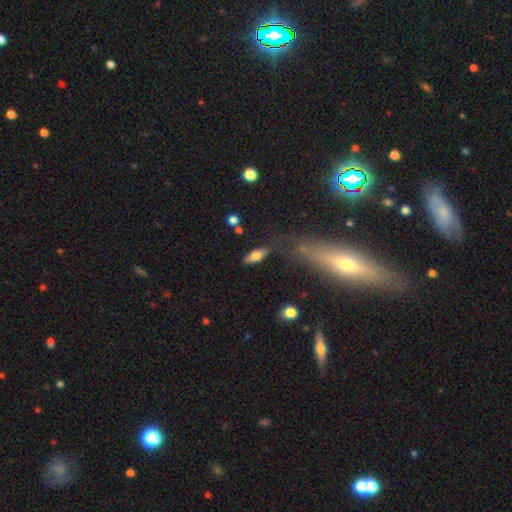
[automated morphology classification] Q: Smooth or featured?
A: smooth (66%); runner-up: featured or disk (27%)
Q: How rounded?
A: in between (74%); runner-up: cigar-shaped (22%)
Q: Merging?
A: none (75%); runner-up: minor disturbance (15%)